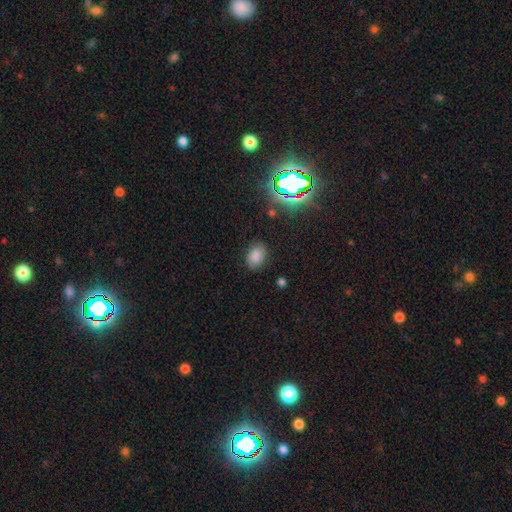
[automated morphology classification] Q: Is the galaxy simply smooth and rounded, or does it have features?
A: smooth — 79%.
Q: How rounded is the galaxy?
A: in between — 80%.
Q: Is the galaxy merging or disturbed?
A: none — 83%.